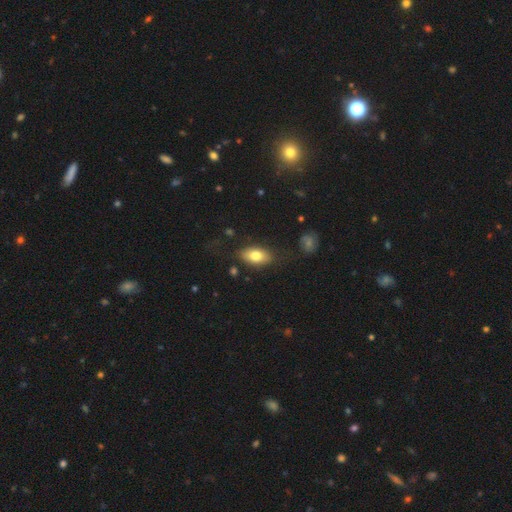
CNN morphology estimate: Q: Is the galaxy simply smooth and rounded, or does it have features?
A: smooth — 77%.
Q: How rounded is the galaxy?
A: in between — 89%.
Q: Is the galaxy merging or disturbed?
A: none — 78%.